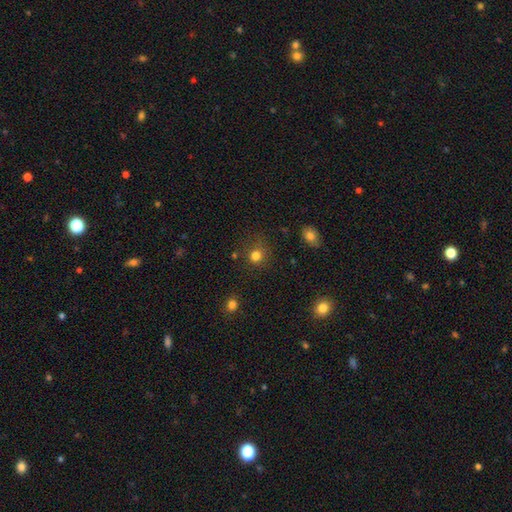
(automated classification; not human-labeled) smooth_or_featured: smooth (p=0.80) [alt: star or artifact p=0.15]
how_rounded: round (p=0.86) [alt: in between p=0.13]
merging: none (p=0.75) [alt: minor disturbance p=0.14]